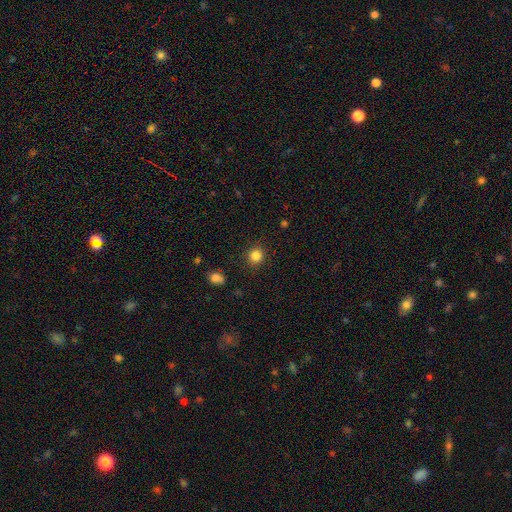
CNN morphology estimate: A smooth galaxy with no disk features (85%) that is round (90%).

Vote fractions:
- Smooth or featured? smooth: 85% / star or artifact: 12% / featured or disk: 4%
- How rounded? round: 90% / in between: 9% / cigar-shaped: 1%
- Merging? none: 89% / minor disturbance: 8% / major disturbance: 2% / merger: 1%